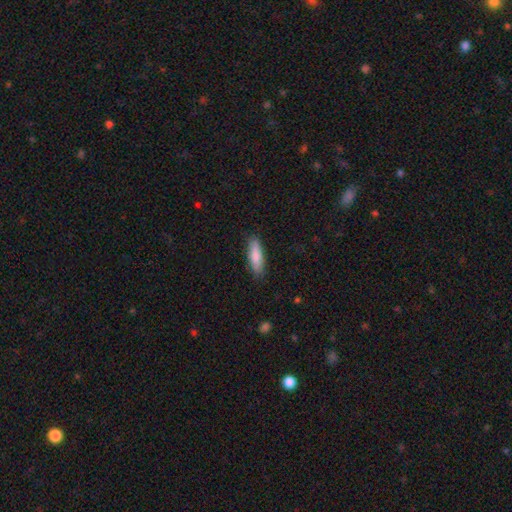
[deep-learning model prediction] Smooth or featured: smooth — 81% (featured or disk — 13%)
How rounded: cigar-shaped — 60% (in between — 38%)
Merging: none — 86% (minor disturbance — 11%)